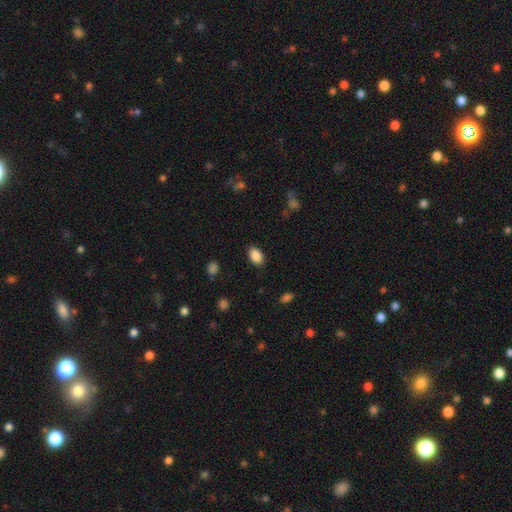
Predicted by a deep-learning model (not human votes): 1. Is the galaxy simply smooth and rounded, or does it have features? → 88% smooth, 8% star or artifact, 4% featured or disk.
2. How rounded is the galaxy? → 89% in between, 10% round, 1% cigar-shaped.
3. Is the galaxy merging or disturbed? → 86% none, 10% minor disturbance, 3% major disturbance, 1% merger.